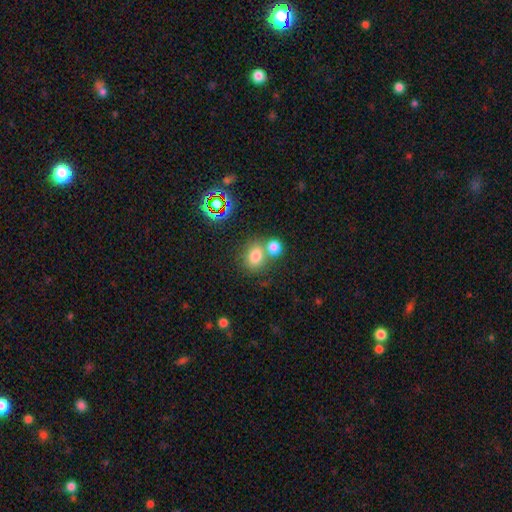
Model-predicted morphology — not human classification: smooth_or_featured: smooth (p=0.76) [alt: star or artifact p=0.16]
how_rounded: round (p=0.52) [alt: in between p=0.46]
merging: none (p=0.50) [alt: merger p=0.36]